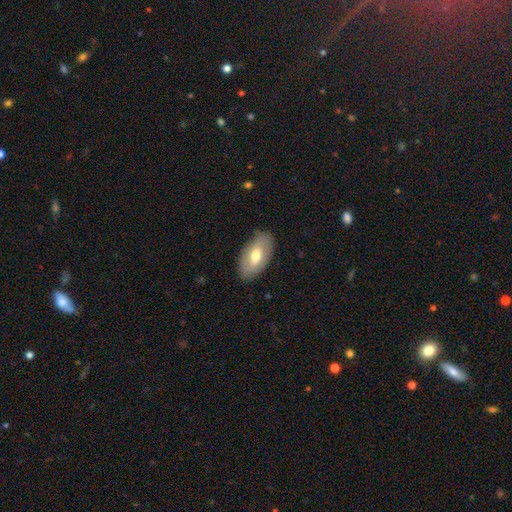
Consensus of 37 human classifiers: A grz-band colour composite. It shows a smooth galaxy with no disk features (62%) that is in between round and cigar-shaped (87%). Merging: none (89%).